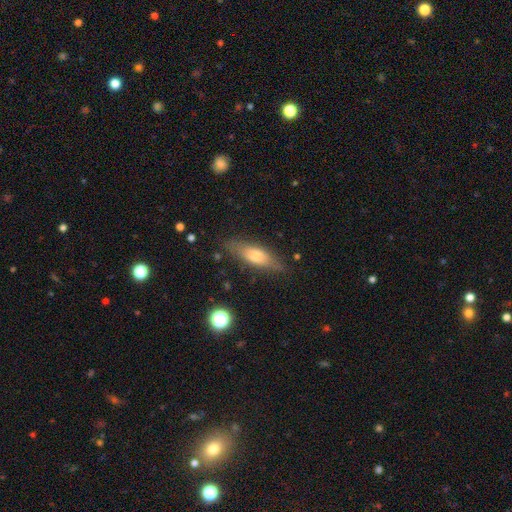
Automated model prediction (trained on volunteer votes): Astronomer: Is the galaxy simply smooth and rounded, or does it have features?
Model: smooth — 56% (runner-up: featured or disk, 37%).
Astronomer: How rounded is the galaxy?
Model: cigar-shaped — 54% (runner-up: in between, 43%).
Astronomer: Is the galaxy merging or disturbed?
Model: none — 82%.